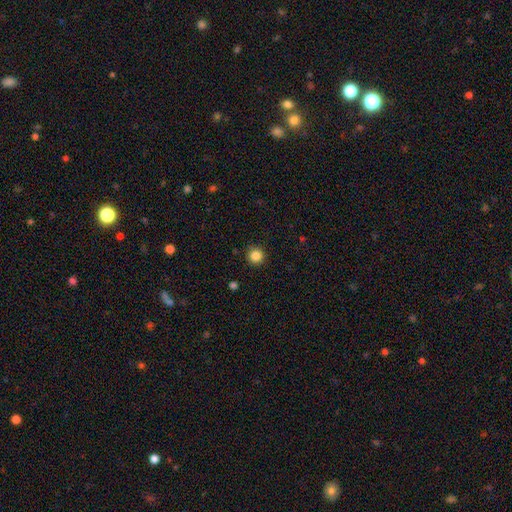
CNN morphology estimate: type=smooth (85%); roundness=round (95%); merging=none (91%).